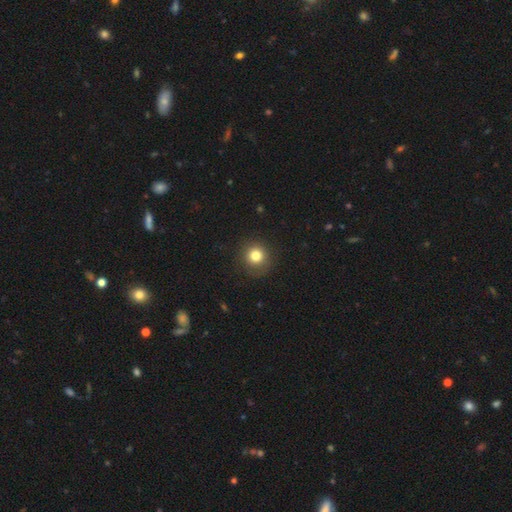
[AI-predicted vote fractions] Smooth or featured: smooth — 80% (star or artifact — 12%)
How rounded: round — 94% (in between — 5%)
Merging: none — 86% (minor disturbance — 9%)